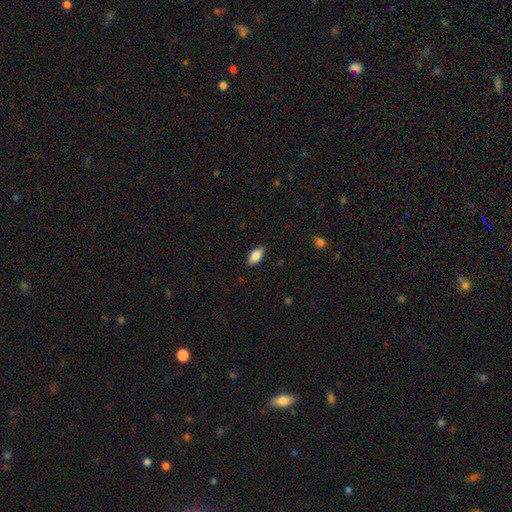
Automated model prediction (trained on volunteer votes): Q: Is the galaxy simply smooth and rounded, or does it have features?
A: smooth — 83%.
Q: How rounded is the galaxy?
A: in between — 89%.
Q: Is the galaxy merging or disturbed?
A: none — 87%.